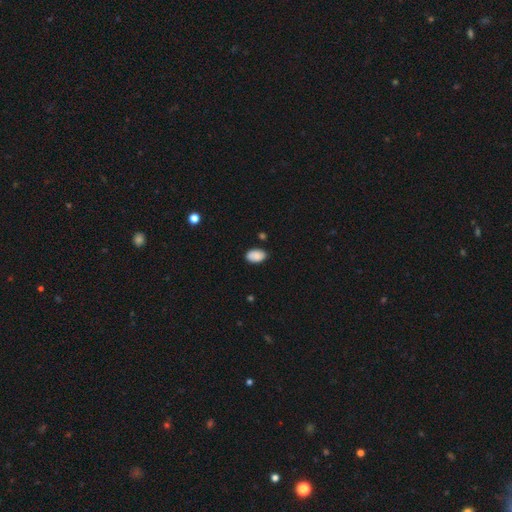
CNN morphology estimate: This is clearly a smooth galaxy (87%). How rounded: clearly in between (91%). Merging: clearly none (82%).